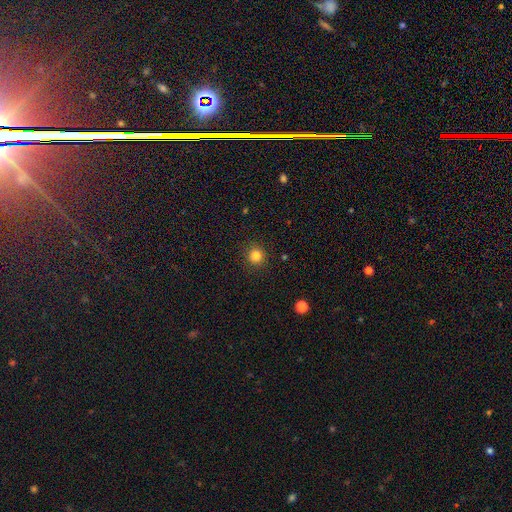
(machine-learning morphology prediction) Smooth or featured? Predicted: smooth (p=0.83). How rounded? Predicted: round (p=0.93). Merging? Predicted: none (p=0.91).